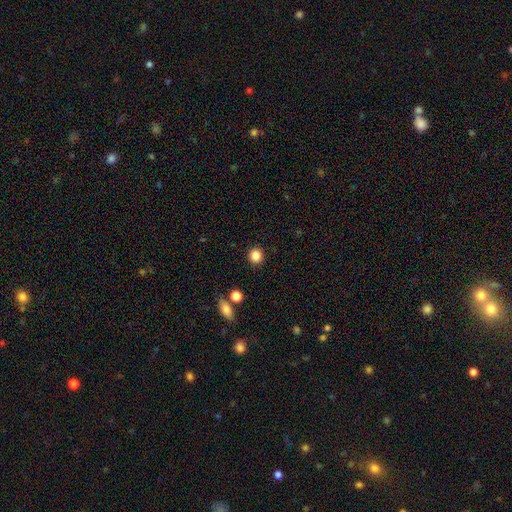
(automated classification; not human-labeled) Q: Smooth or featured?
A: smooth (86%); runner-up: star or artifact (10%)
Q: How rounded?
A: round (90%); runner-up: in between (9%)
Q: Merging?
A: none (90%); runner-up: minor disturbance (6%)